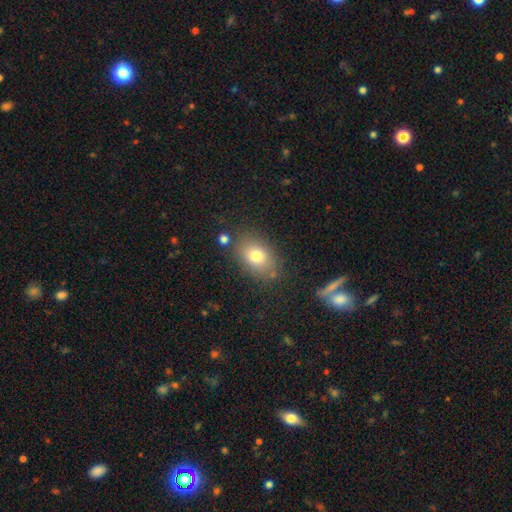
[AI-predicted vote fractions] Smooth or featured: smooth — 76% (featured or disk — 13%)
How rounded: in between — 78% (round — 21%)
Merging: none — 78% (minor disturbance — 13%)